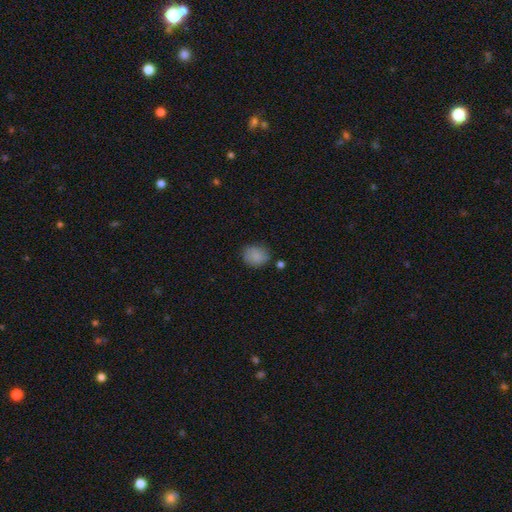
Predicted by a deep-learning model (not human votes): Smooth or featured? smooth (85%)
How rounded? round (64%)
Merging? none (76%)